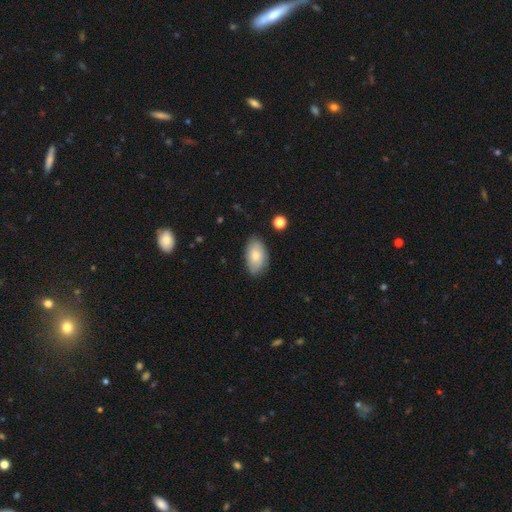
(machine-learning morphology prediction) This is likely a smooth galaxy (74%). How rounded: clearly in between (93%). Merging: likely none (79%).